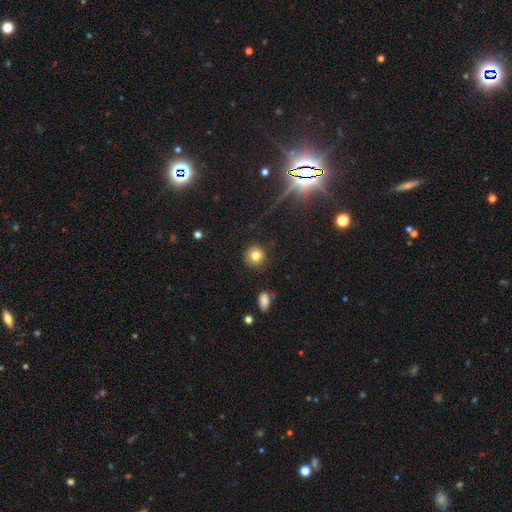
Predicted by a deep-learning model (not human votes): Overall: smooth (79%). How rounded: round (90%). Merging: none (86%).